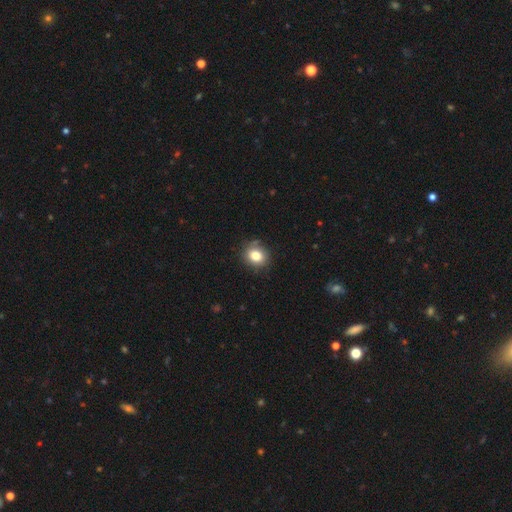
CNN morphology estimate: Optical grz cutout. It shows a smooth galaxy with no disk features (82%) that is round (65%). Merging: none (79%).